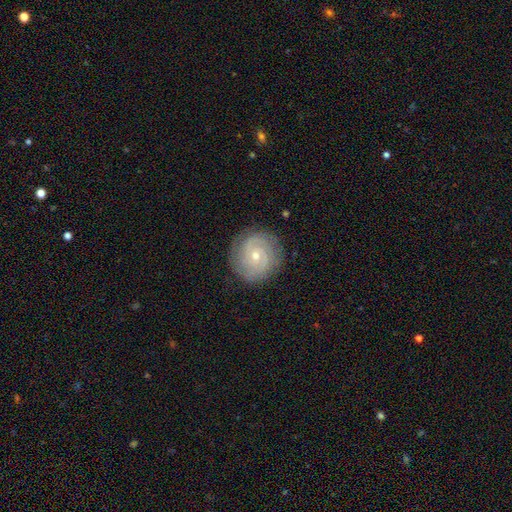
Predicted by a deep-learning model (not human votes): Smooth or featured: featured or disk — 80% (smooth — 13%)
Edge-on disk: no — 98% (yes — 2%)
Bar: no — 67% (weak — 28%)
Spiral arms: yes — 95% (no — 5%)
Spiral winding: tight — 71% (medium — 24%)
Spiral arm count: 2 — 44% (can't tell — 20%)
Bulge size: small — 62% (moderate — 35%)
Merging: none — 86% (minor disturbance — 10%)